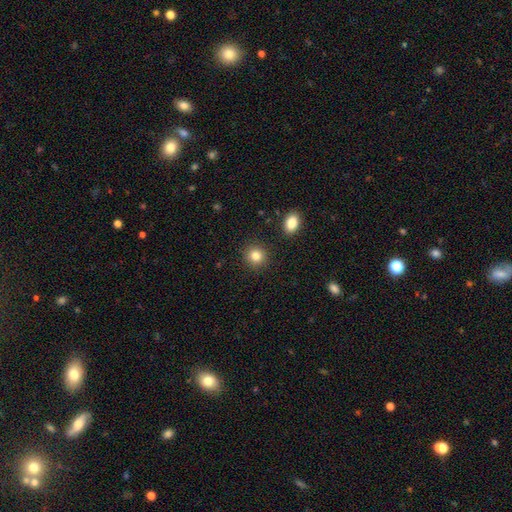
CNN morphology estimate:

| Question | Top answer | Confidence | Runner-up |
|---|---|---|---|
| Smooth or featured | smooth | 84% | star or artifact (10%) |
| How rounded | round | 88% | in between (11%) |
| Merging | none | 90% | minor disturbance (6%) |